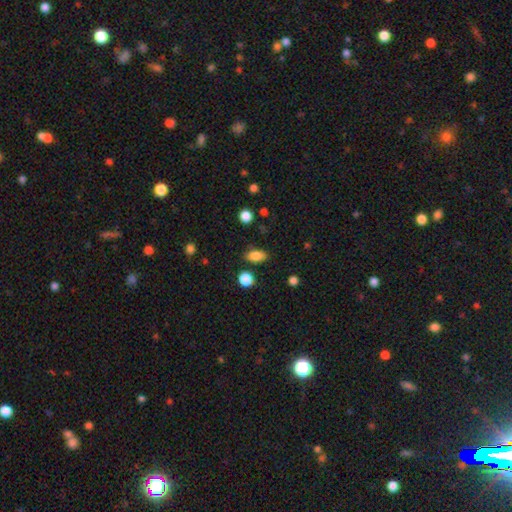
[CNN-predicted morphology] Overall: smooth (85%). How rounded: in between (86%). Merging: none (82%).